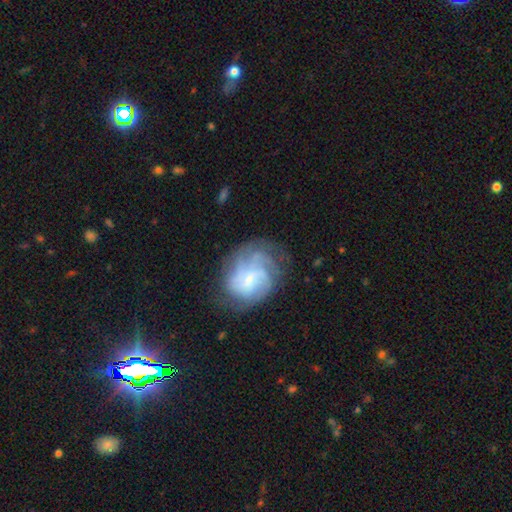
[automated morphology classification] Smooth or featured: featured or disk — 69% (smooth — 22%)
Edge-on disk: no — 97% (yes — 3%)
Bar: no — 55% (weak — 38%)
Spiral arms: yes — 87% (no — 13%)
Spiral winding: tight — 47% (medium — 37%)
Spiral arm count: can't tell — 43% (3 — 17%)
Bulge size: small — 68% (moderate — 16%)
Merging: none — 58% (minor disturbance — 23%)